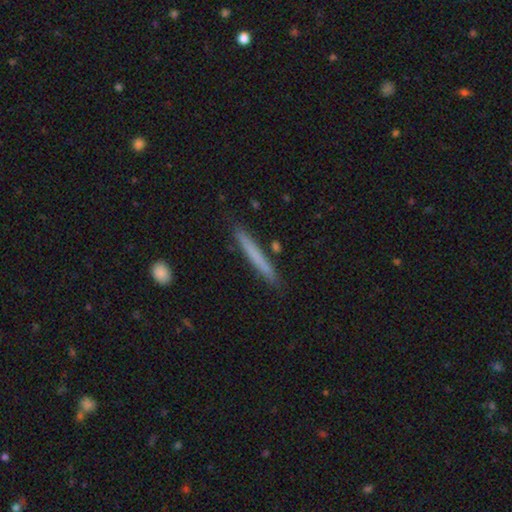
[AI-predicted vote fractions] Overall: smooth (66%; featured or disk 28%). How rounded: cigar-shaped (97%). Merging: none (89%).